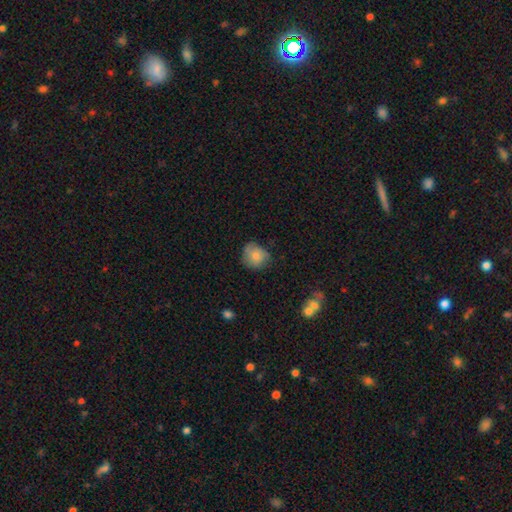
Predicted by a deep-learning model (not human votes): smooth 77%, featured or disk 15%, star or artifact 8%. Down the decision tree: how rounded — round (77%); merging — none (60%).